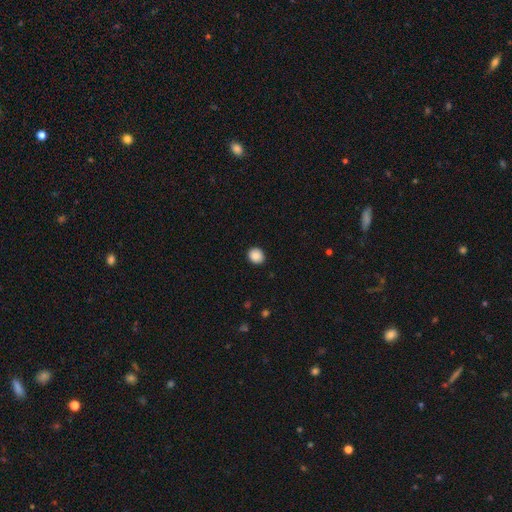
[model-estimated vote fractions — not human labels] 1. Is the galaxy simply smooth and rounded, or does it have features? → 88% smooth, 9% star or artifact, 3% featured or disk.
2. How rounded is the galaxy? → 77% round, 22% in between, 1% cigar-shaped.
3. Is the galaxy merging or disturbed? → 91% none, 6% minor disturbance, 2% major disturbance, 1% merger.